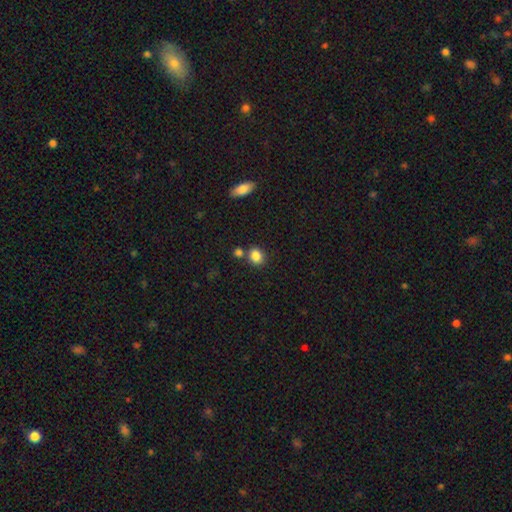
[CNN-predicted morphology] This appears to be a smooth galaxy with no disk features (85%) that is round (64%). Merging: none (70%).